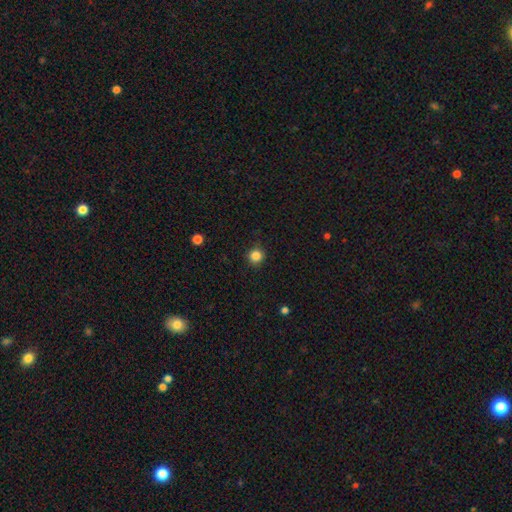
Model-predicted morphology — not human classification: Smooth or featured? Predicted: smooth (p=0.85). How rounded? Predicted: round (p=0.93). Merging? Predicted: none (p=0.89).